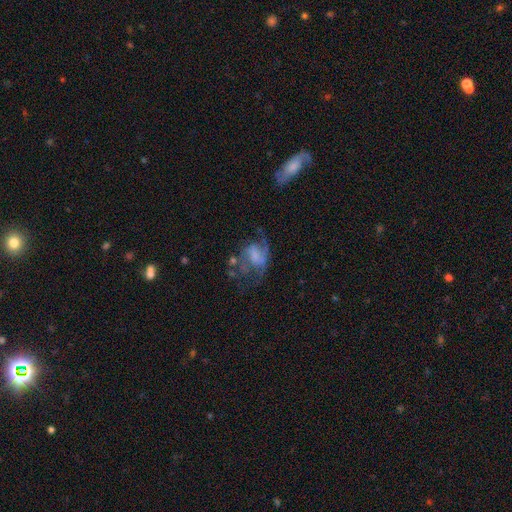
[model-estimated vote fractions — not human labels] smooth_or_featured: featured or disk (p=0.69) [alt: smooth p=0.22]
disk_edge_on: no (p=0.97) [alt: yes p=0.03]
bar: no (p=0.47) [alt: weak p=0.42]
has_spiral_arms: yes (p=0.77) [alt: no p=0.23]
spiral_winding: loose (p=0.45) [alt: medium p=0.42]
spiral_arm_count: 2 (p=0.53) [alt: 1 p=0.20]
bulge_size: none (p=0.36) [alt: small p=0.32]
merging: major disturbance (p=0.40) [alt: none p=0.34]